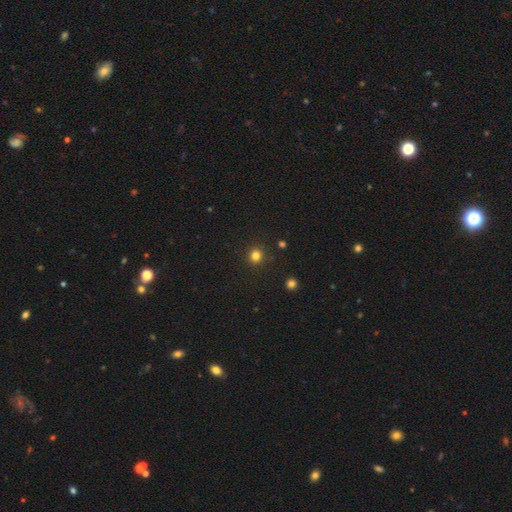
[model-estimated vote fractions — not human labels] Q: Smooth or featured?
A: smooth (81%); runner-up: star or artifact (14%)
Q: How rounded?
A: round (91%); runner-up: in between (8%)
Q: Merging?
A: none (91%); runner-up: minor disturbance (6%)